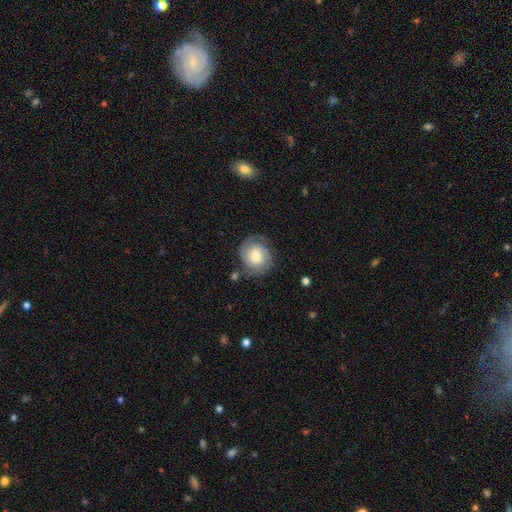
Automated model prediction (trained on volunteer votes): A featured or disk galaxy (64%) with no bar (67%), 2 (71%) tight (60%) spiral arms (90%) and a moderate central bulge (52%).

Vote fractions:
- Smooth or featured? featured or disk: 64% / smooth: 29% / star or artifact: 7%
- Edge-on disk? no: 98% / yes: 2%
- Bar? no: 67% / weak: 28% / strong: 5%
- Spiral arms? yes: 90% / no: 10%
- Spiral winding? tight: 60% / medium: 32% / loose: 9%
- Spiral arm count? 2: 71% / can't tell: 15% / 3: 7% / 1: 4% / 4: 2% / more than 4: 2%
- Bulge size? moderate: 52% / small: 25% / large: 18% / none: 3% / dominant: 2%
- Merging? none: 71% / minor disturbance: 19% / major disturbance: 8% / merger: 3%